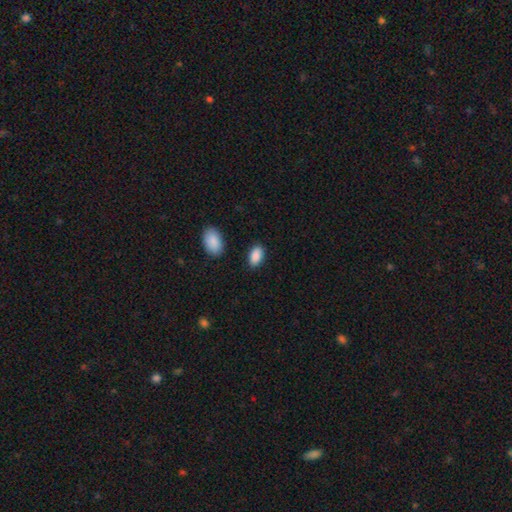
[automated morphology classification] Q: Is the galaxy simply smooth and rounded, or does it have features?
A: smooth — 90%.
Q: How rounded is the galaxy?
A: in between — 94%.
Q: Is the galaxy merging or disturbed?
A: none — 87%.